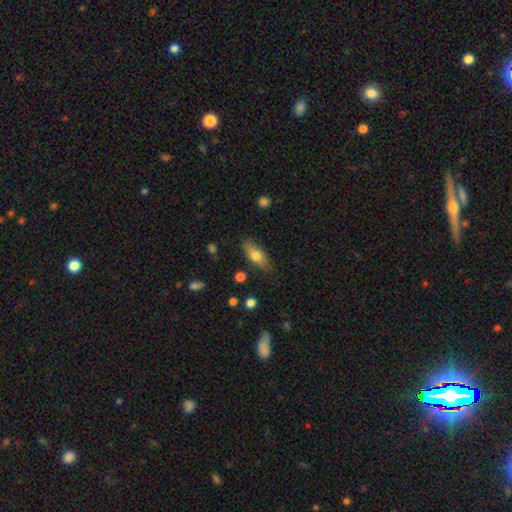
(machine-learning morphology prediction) This is likely a smooth galaxy (72%). How rounded: likely in between (73%). Merging: clearly none (82%).